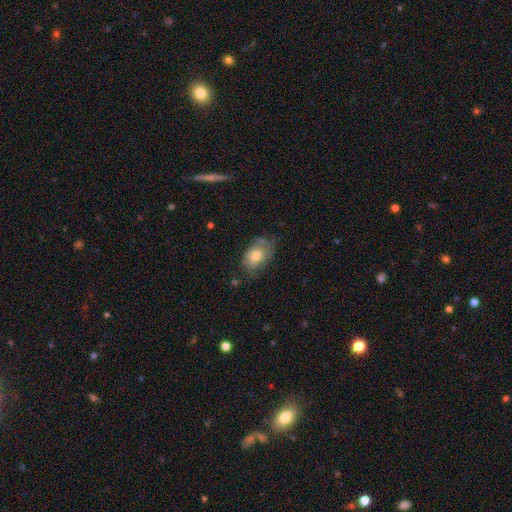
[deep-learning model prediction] A smooth galaxy with no disk features (67%) that is in between round and cigar-shaped (86%).

Vote fractions:
- Smooth or featured? smooth: 67% / featured or disk: 25% / star or artifact: 7%
- How rounded? in between: 86% / round: 13% / cigar-shaped: 1%
- Merging? none: 54% / minor disturbance: 32% / major disturbance: 12% / merger: 2%